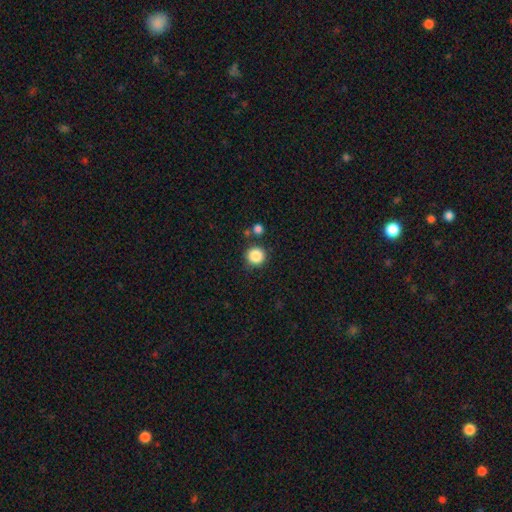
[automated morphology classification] smooth_or_featured: smooth (p=0.86) [alt: star or artifact p=0.10]
how_rounded: round (p=0.94) [alt: in between p=0.05]
merging: none (p=0.83) [alt: minor disturbance p=0.08]